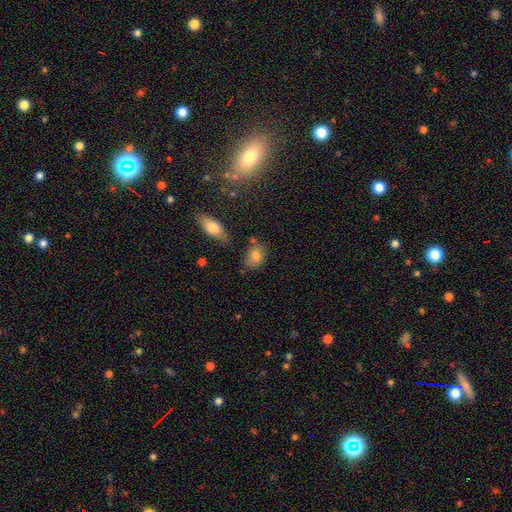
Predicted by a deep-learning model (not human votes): smooth-or-featured: smooth: 79% | featured or disk: 12% | star or artifact: 9%
  how-rounded: in between: 68% | round: 30% | cigar-shaped: 2%
  merging: none: 69% | minor disturbance: 19% | merger: 7% | major disturbance: 5%